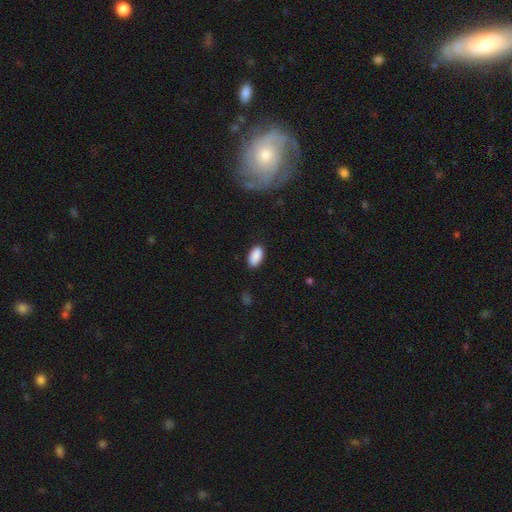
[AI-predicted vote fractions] Overall: smooth (90%). How rounded: in between (94%). Merging: none (84%).